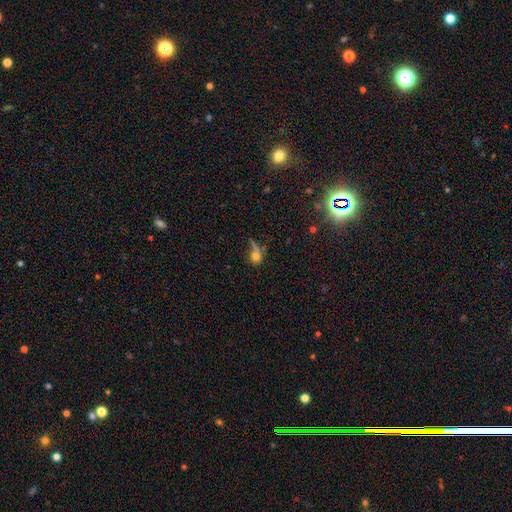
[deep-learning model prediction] smooth-or-featured: smooth: 65% | featured or disk: 19% | star or artifact: 16%
  how-rounded: round: 64% | in between: 30% | cigar-shaped: 6%
  merging: none: 38% | major disturbance: 27% | merger: 19% | minor disturbance: 16%